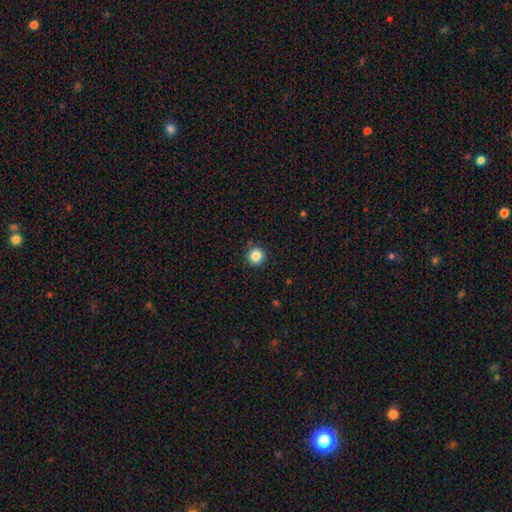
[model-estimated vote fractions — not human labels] Smooth or featured: smooth — 85% (star or artifact — 11%)
How rounded: round — 93% (in between — 6%)
Merging: none — 90% (minor disturbance — 7%)